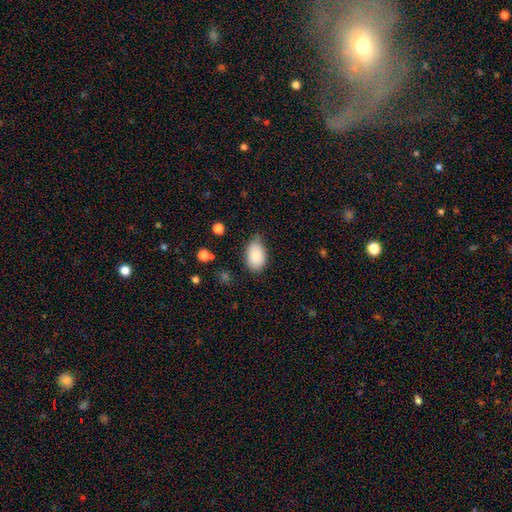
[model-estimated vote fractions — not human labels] Smooth or featured? smooth (85%)
How rounded? in between (90%)
Merging? none (62%)